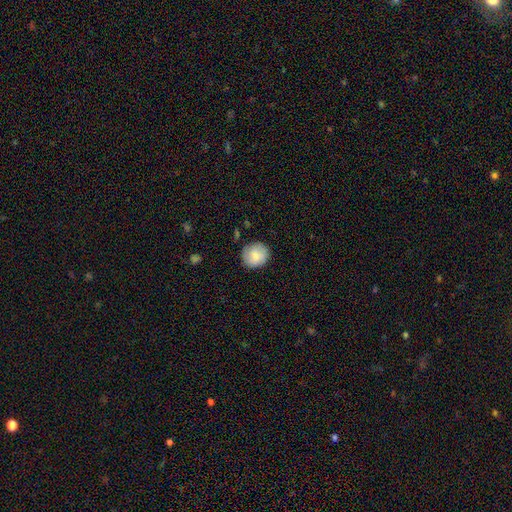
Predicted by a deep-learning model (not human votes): This appears to be a smooth galaxy with no disk features (80%) that is round (87%). Merging: none (81%).